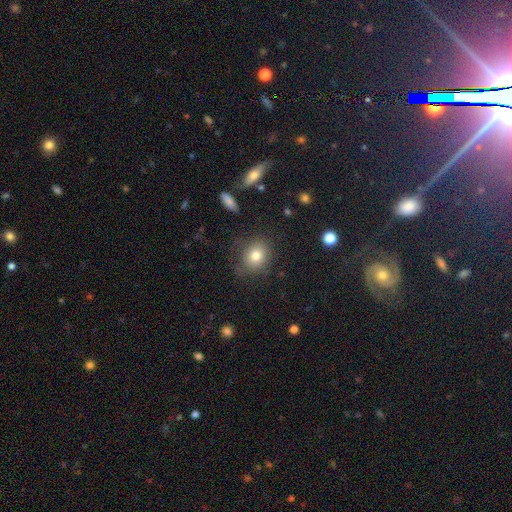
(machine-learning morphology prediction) type=smooth (78%); roundness=round (66%); merging=none (75%).